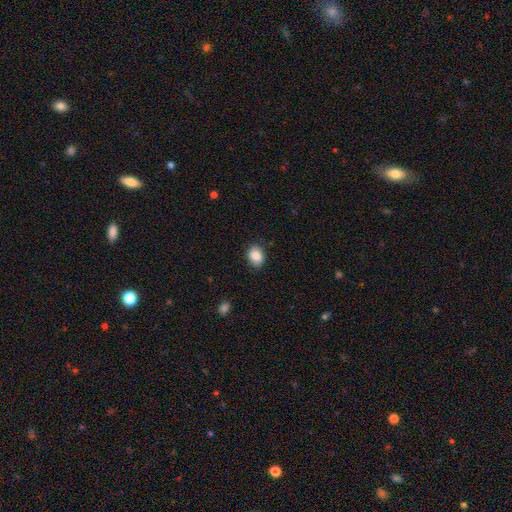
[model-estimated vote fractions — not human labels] This appears to be a smooth galaxy with no disk features (87%) that is in between round and cigar-shaped (64%). Merging: none (85%).